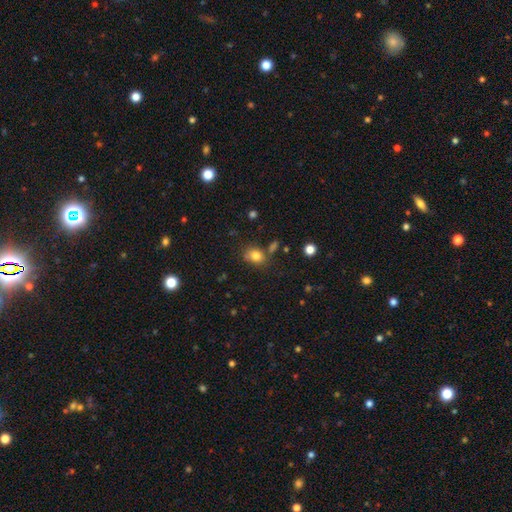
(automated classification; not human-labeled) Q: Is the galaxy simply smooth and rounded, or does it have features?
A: smooth — 80%.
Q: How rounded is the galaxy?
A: round — 53%.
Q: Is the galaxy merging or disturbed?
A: none — 67%.